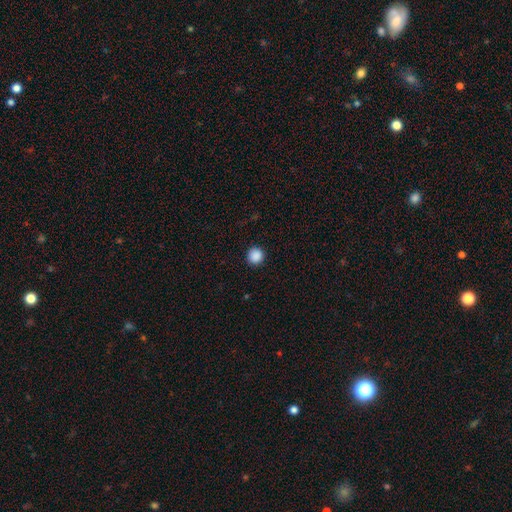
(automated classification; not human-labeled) The model was most divided on "smooth or featured": smooth: 88%, star or artifact: 9%, featured or disk: 2%. More confident: how rounded — round (95%); merging — none (92%).